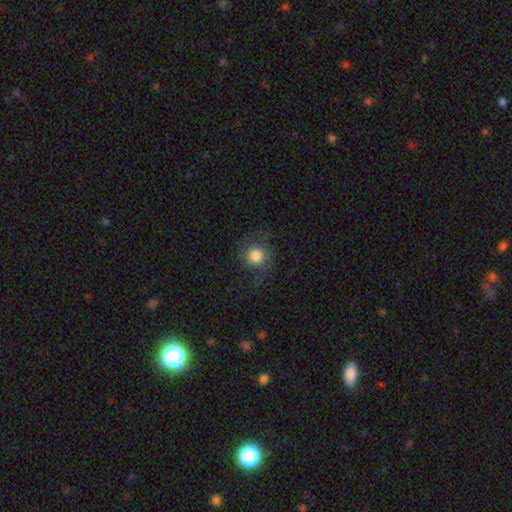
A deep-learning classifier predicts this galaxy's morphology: Smooth or featured?
  - smooth: 63% *
  - featured or disk: 27%
  - star or artifact: 10%
How rounded?
  - round: 89% *
  - in between: 10%
  - cigar-shaped: 1%
Merging?
  - none: 63% *
  - major disturbance: 19%
  - minor disturbance: 17%
  - merger: 1%